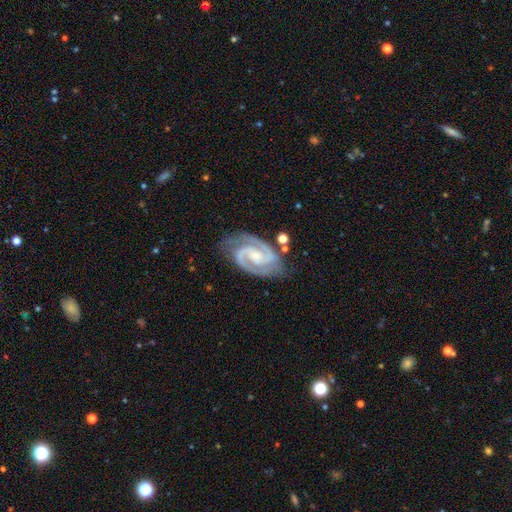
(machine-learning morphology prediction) featured or disk 93%, star or artifact 4%, smooth 3%. Down the decision tree: edge-on disk — no (98%); bar — no (43%); spiral arms — yes (99%); spiral arm count — 2 (93%); spiral winding — tight (48%); bulge size — small (50%); merging — none (76%).